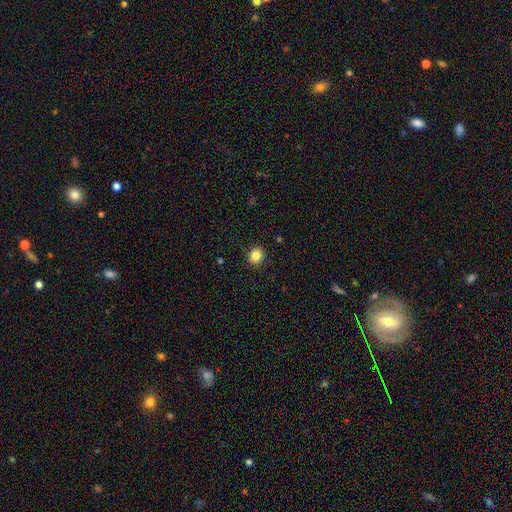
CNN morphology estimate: This is clearly a smooth galaxy (84%). How rounded: likely round (74%). Merging: clearly none (90%).